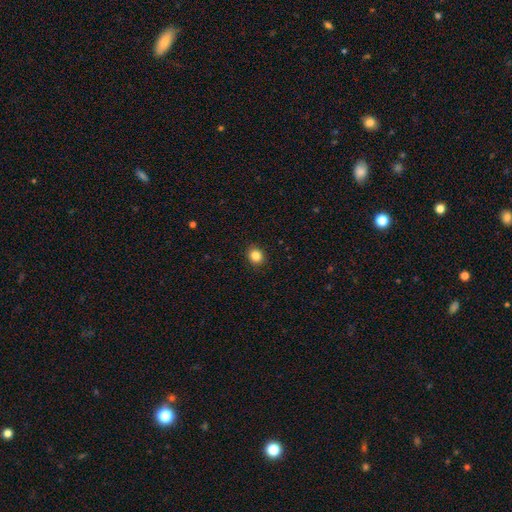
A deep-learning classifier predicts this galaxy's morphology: Smooth or featured: smooth — 85% (star or artifact — 11%)
How rounded: round — 80% (in between — 19%)
Merging: none — 92% (minor disturbance — 6%)